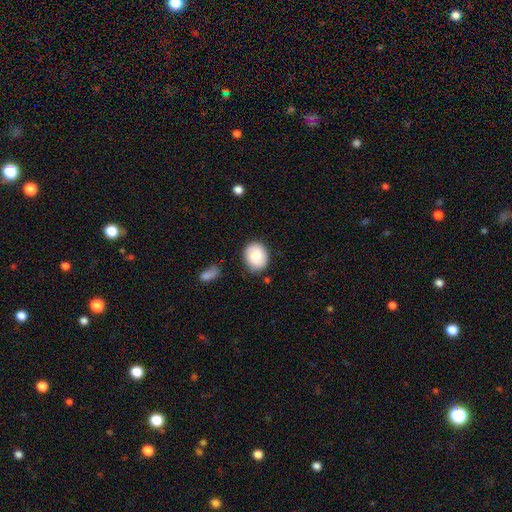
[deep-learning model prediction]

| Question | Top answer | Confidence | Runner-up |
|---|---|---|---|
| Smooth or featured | smooth | 72% | featured or disk (20%) |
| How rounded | round | 61% | in between (38%) |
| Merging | none | 80% | minor disturbance (14%) |